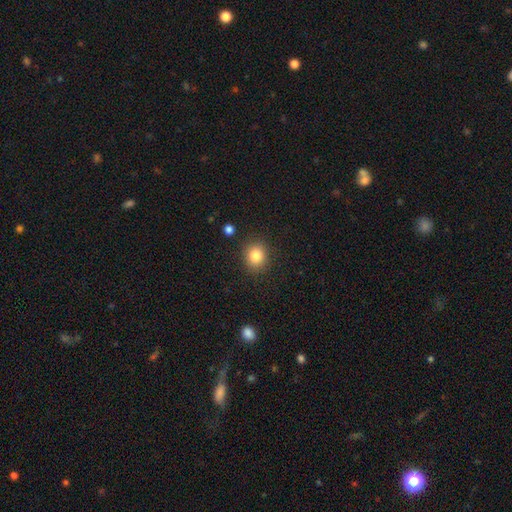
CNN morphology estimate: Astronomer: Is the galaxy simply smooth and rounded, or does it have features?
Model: smooth — 83%.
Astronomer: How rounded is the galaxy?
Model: round — 80%.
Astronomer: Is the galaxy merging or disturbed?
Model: none — 88%.